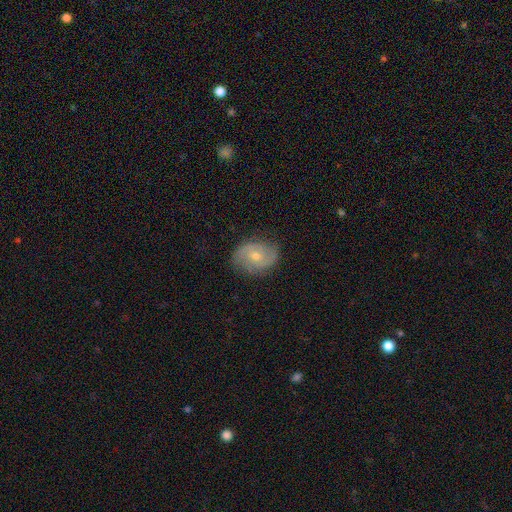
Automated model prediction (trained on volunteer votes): Morphology: type=featured or disk (70%); edge-on=no (97%); bar=no (68%); spiral arms=yes (90%); winding=medium (43%); arm count=2 (70%); bulge=moderate (49%); merging=none (77%).